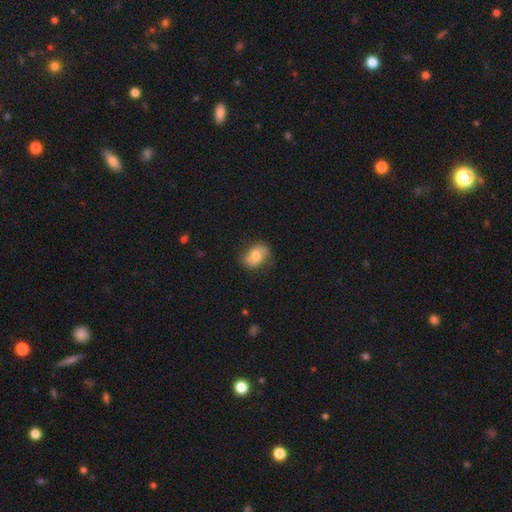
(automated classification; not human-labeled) Overall: smooth (52%; featured or disk 40%). How rounded: in between (69%). Merging: none (72%).